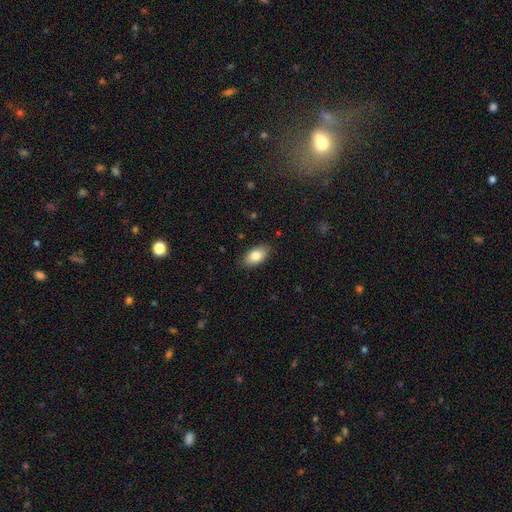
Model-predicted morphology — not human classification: smooth-or-featured: smooth: 84% | featured or disk: 9% | star or artifact: 7%
  how-rounded: in between: 93% | round: 5% | cigar-shaped: 2%
  merging: none: 86% | minor disturbance: 10% | major disturbance: 2% | merger: 1%